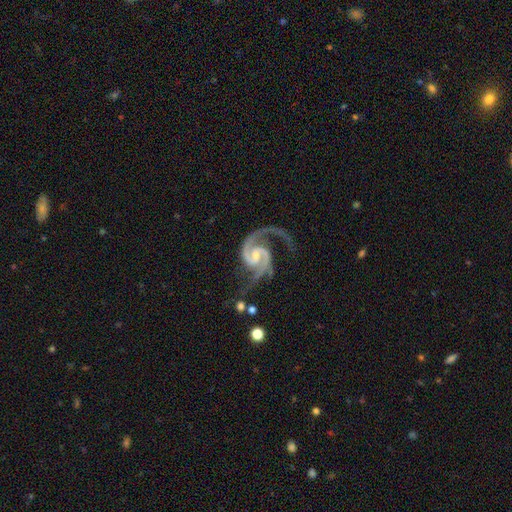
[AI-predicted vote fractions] featured or disk 94%, star or artifact 3%, smooth 2%. Down the decision tree: edge-on disk — no (98%); bar — weak (47%); spiral arms — yes (99%); spiral arm count — 2 (90%); spiral winding — medium (61%); bulge size — small (53%); merging — none (60%).